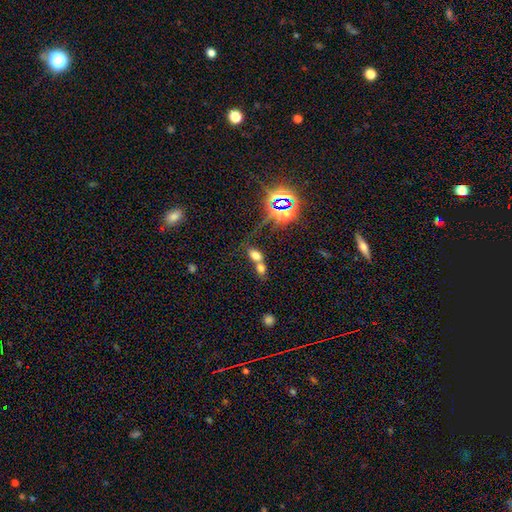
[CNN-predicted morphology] Smooth or featured: smooth — 64% (star or artifact — 22%)
How rounded: in between — 74% (round — 22%)
Merging: merger — 64% (none — 25%)